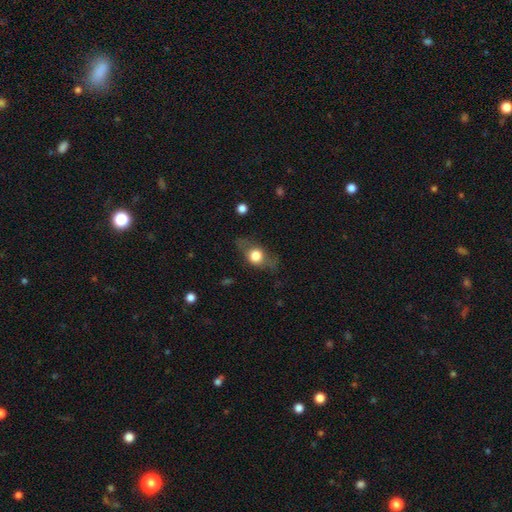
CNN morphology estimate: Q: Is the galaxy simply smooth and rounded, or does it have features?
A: smooth — 59%.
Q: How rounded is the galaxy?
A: in between — 52%.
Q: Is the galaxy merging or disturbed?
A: none — 68%.